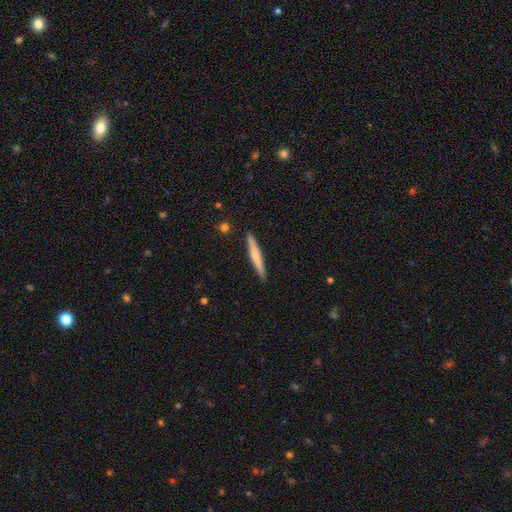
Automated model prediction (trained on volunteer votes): A smooth galaxy with no disk features (51%) that is cigar-shaped (95%).

Vote fractions:
- Smooth or featured? smooth: 51% / featured or disk: 43% / star or artifact: 5%
- How rounded? cigar-shaped: 95% / in between: 3% / round: 1%
- Merging? none: 91% / minor disturbance: 7% / major disturbance: 1% / merger: 1%